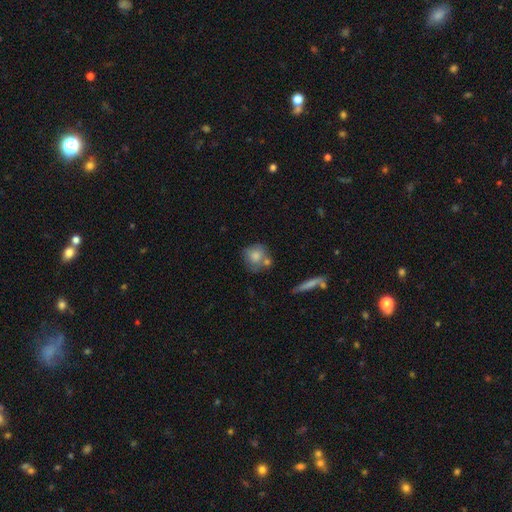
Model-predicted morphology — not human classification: Smooth or featured?
  - smooth: 76% *
  - featured or disk: 16%
  - star or artifact: 8%
How rounded?
  - round: 82% *
  - in between: 16%
  - cigar-shaped: 2%
Merging?
  - none: 54% *
  - merger: 23%
  - minor disturbance: 17%
  - major disturbance: 6%